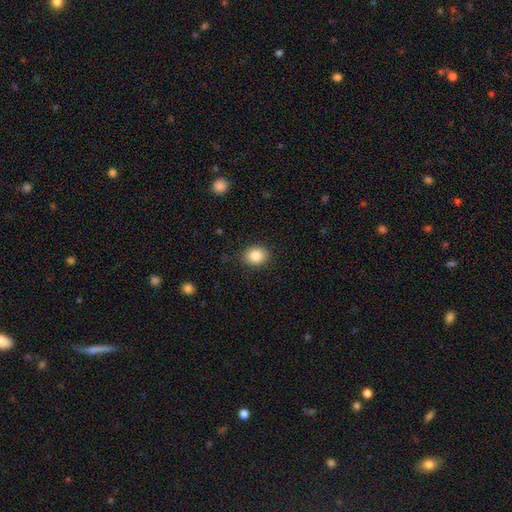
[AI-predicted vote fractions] Smooth or featured? Predicted: smooth (p=0.84). How rounded? Predicted: round (p=0.63). Merging? Predicted: none (p=0.88).